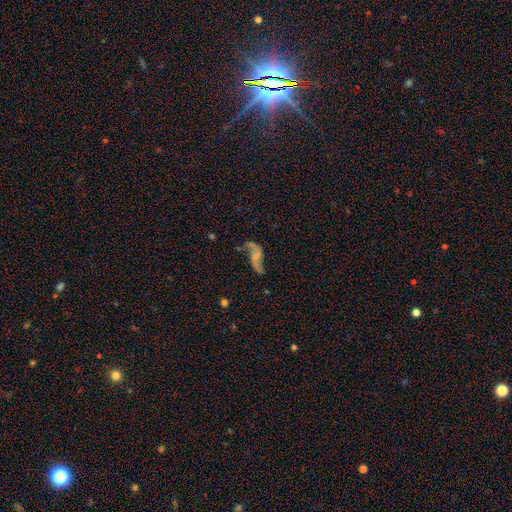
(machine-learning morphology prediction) Overall: featured or disk (77%). Edge-on disk: no (94%). Bar: no (51%; weak 36%). Spiral arms: yes (91%). Spiral arm count: 2 (91%). Spiral winding: loose (90%). Bulge size: none (45%; small 38%). Merging: none (58%; minor disturbance 20%).